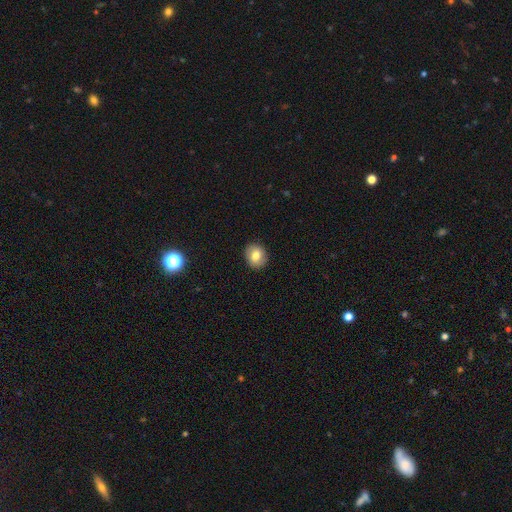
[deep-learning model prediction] Overall: smooth (77%). How rounded: round (71%). Merging: none (90%).